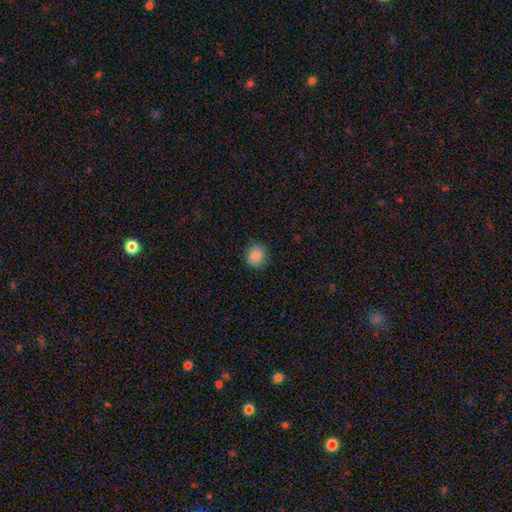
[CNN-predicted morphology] Smooth or featured? smooth (86%)
How rounded? round (87%)
Merging? none (88%)